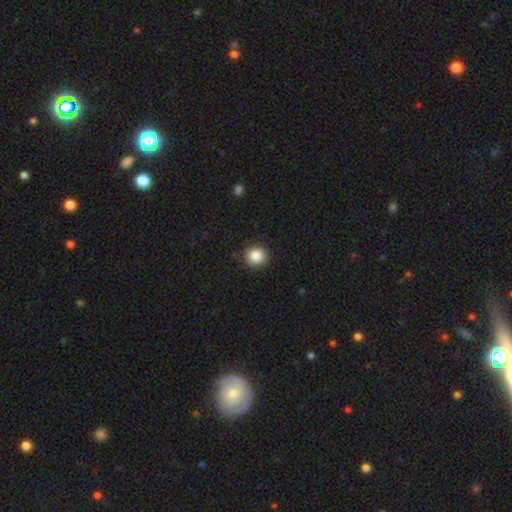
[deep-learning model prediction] Q: Smooth or featured?
A: smooth (86%); runner-up: star or artifact (10%)
Q: How rounded?
A: round (90%); runner-up: in between (9%)
Q: Merging?
A: none (90%); runner-up: minor disturbance (7%)